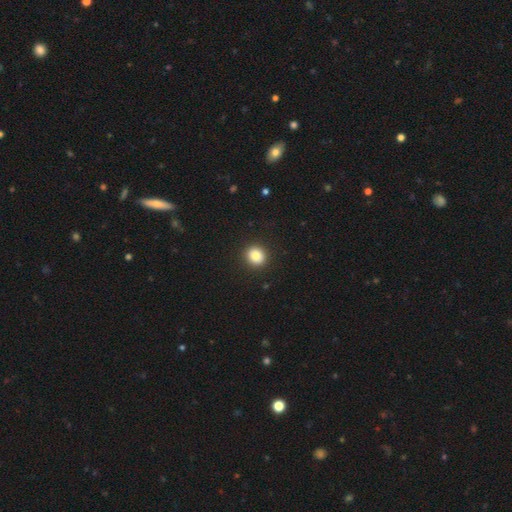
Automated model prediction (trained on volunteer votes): A smooth galaxy with no disk features (84%) that is round (83%).

Vote fractions:
- Smooth or featured? smooth: 84% / star or artifact: 10% / featured or disk: 6%
- How rounded? round: 83% / in between: 16% / cigar-shaped: 1%
- Merging? none: 92% / minor disturbance: 5% / major disturbance: 2% / merger: 1%